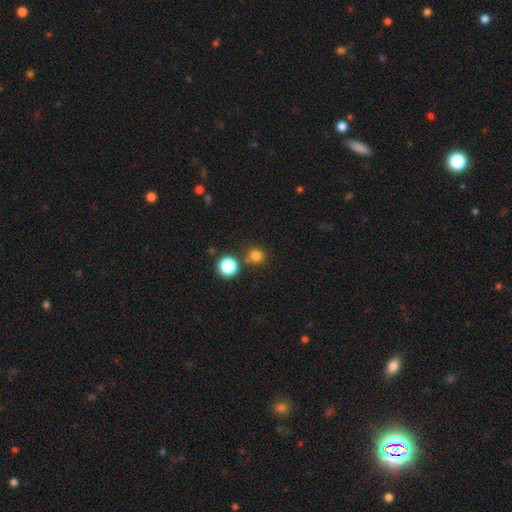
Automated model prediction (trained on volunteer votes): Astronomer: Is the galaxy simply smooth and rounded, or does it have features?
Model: smooth — 78%.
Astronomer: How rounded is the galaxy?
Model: round — 90%.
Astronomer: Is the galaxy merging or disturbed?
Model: none — 75%.